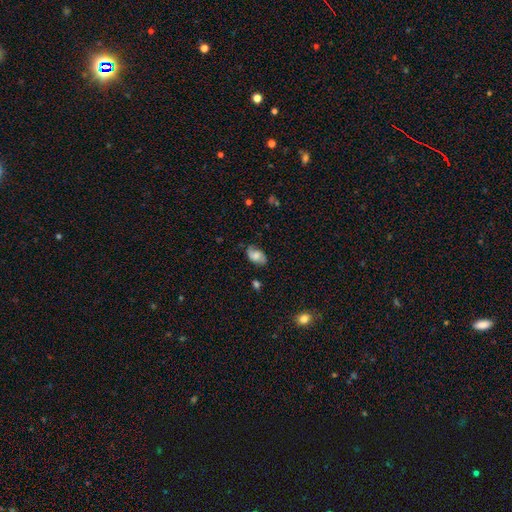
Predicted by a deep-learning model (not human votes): Smooth or featured?
  - smooth: 55% *
  - featured or disk: 36%
  - star or artifact: 9%
How rounded?
  - in between: 89% *
  - round: 9%
  - cigar-shaped: 2%
Merging?
  - none: 71% *
  - minor disturbance: 22%
  - major disturbance: 5%
  - merger: 2%